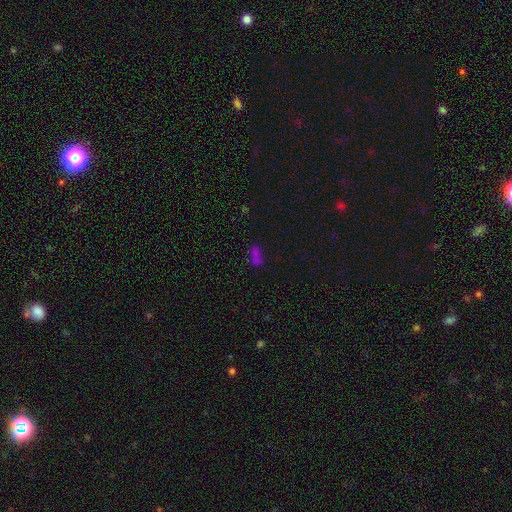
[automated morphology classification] Smooth or featured?
  - smooth: 60% *
  - star or artifact: 29%
  - featured or disk: 11%
How rounded?
  - in between: 79% *
  - cigar-shaped: 11%
  - round: 10%
Merging?
  - none: 51% *
  - merger: 19%
  - minor disturbance: 18%
  - major disturbance: 12%